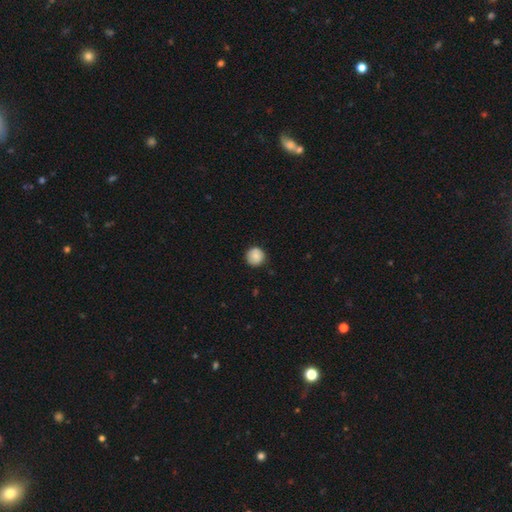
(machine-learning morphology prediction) smooth-or-featured: smooth: 85% | star or artifact: 8% | featured or disk: 7%
  how-rounded: round: 94% | in between: 5% | cigar-shaped: 1%
  merging: none: 87% | minor disturbance: 10% | major disturbance: 2% | merger: 1%